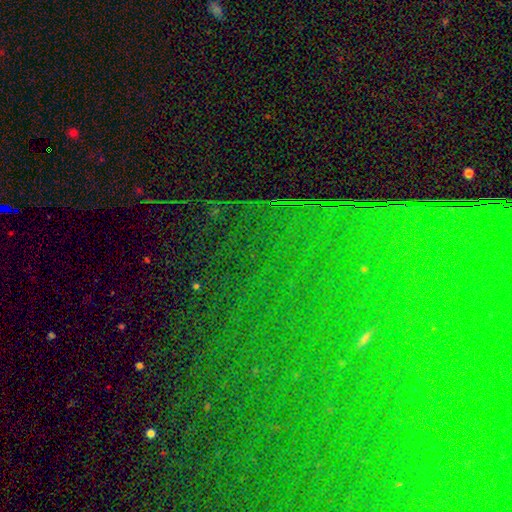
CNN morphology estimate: Smooth or featured? star or artifact (85%)